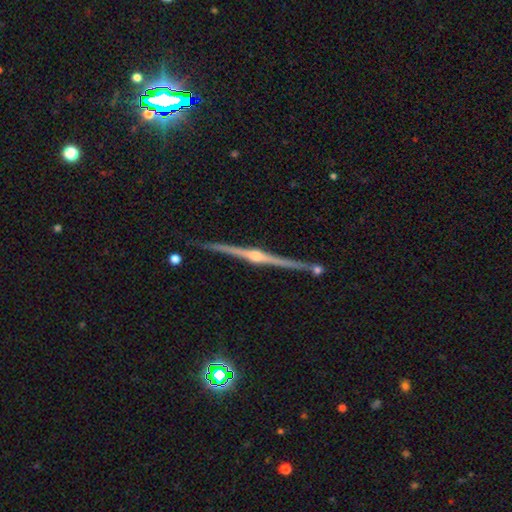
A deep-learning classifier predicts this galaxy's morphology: Q: Smooth or featured?
A: featured or disk (89%); runner-up: star or artifact (7%)
Q: Edge-on disk?
A: yes (99%); runner-up: no (1%)
Q: Edge-on bulge?
A: rounded (90%); runner-up: boxy (6%)
Q: Merging?
A: none (91%); runner-up: minor disturbance (6%)